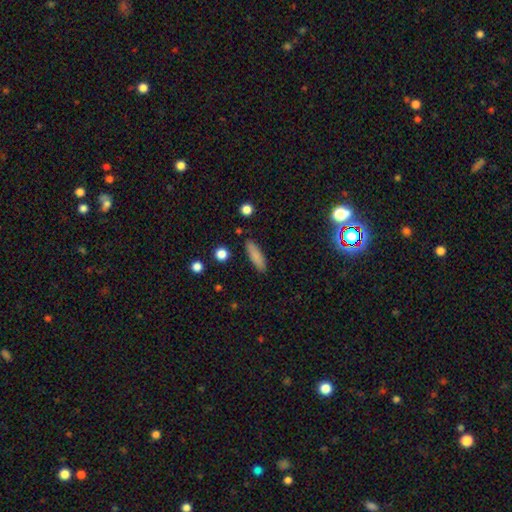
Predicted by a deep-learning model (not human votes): This appears to be a smooth galaxy with no disk features (83%) that is cigar-shaped (64%). Merging: none (87%).